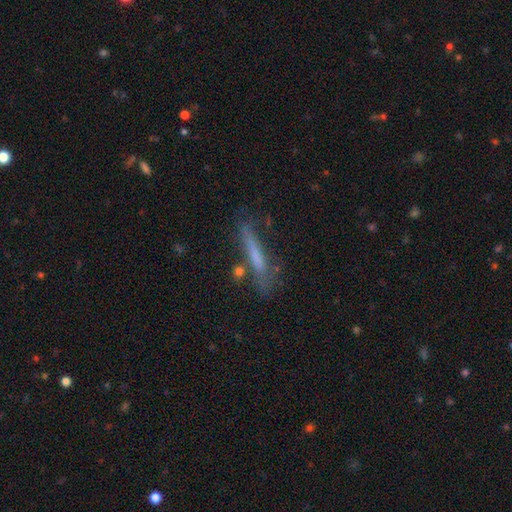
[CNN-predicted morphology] Smooth or featured: smooth — 52% (featured or disk — 38%)
How rounded: cigar-shaped — 92% (in between — 7%)
Merging: none — 66% (minor disturbance — 20%)